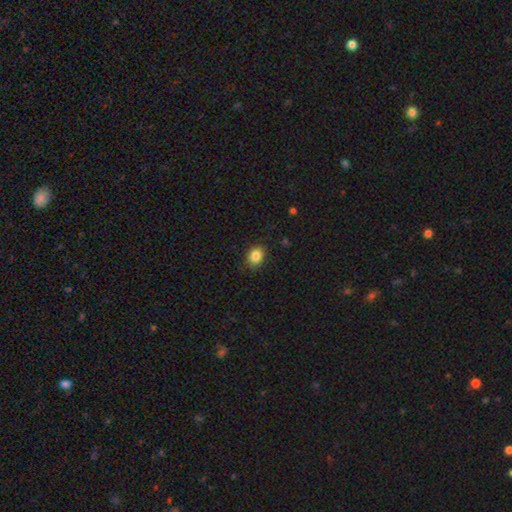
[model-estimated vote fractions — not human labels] smooth-or-featured: smooth: 85% | star or artifact: 10% | featured or disk: 5%
  how-rounded: round: 52% | in between: 47% | cigar-shaped: 1%
  merging: none: 84% | minor disturbance: 12% | major disturbance: 3% | merger: 1%